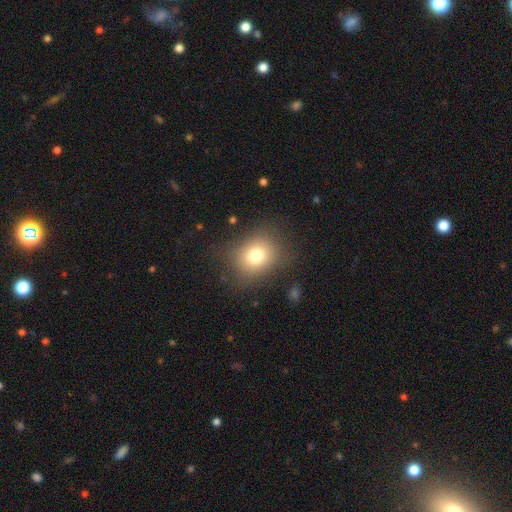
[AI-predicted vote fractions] The model was most divided on "how rounded": round: 64%, in between: 36%, cigar-shaped: 1%. More confident: merging — none (79%); smooth or featured — smooth (76%).